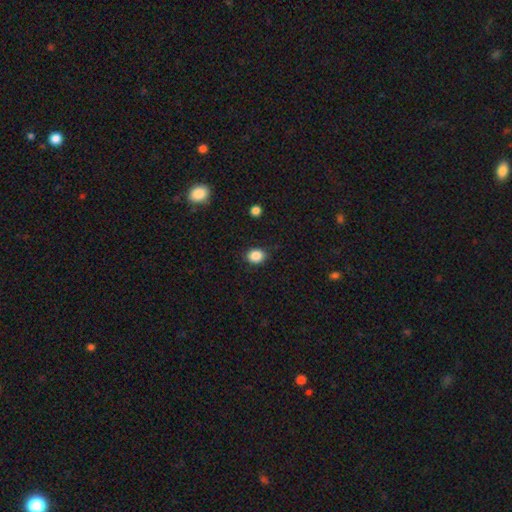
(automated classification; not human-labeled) A smooth galaxy with no disk features (86%) that is round (53%).

Vote fractions:
- Smooth or featured? smooth: 86% / star or artifact: 10% / featured or disk: 4%
- How rounded? round: 53% / in between: 46% / cigar-shaped: 1%
- Merging? none: 85% / minor disturbance: 11% / major disturbance: 3% / merger: 1%